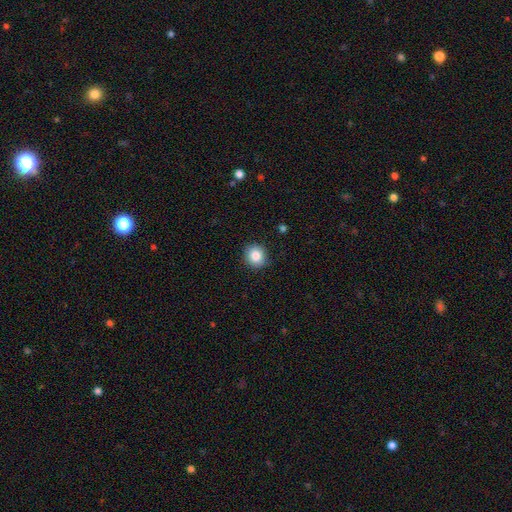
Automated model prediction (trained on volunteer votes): Q: Smooth or featured?
A: smooth (85%); runner-up: star or artifact (9%)
Q: How rounded?
A: round (87%); runner-up: in between (12%)
Q: Merging?
A: none (90%); runner-up: minor disturbance (7%)